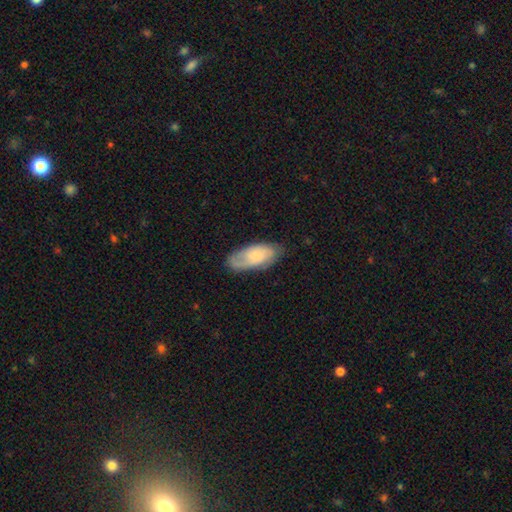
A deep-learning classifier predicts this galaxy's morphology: This appears to be a smooth galaxy with no disk features (59%) that is in between round and cigar-shaped (88%). Merging: none (72%).